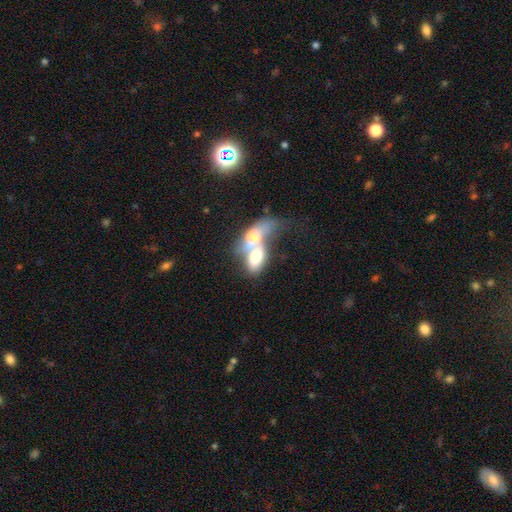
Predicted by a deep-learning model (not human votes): smooth 62%, featured or disk 31%, star or artifact 8%. Down the decision tree: how rounded — in between (81%); merging — merger (76%).